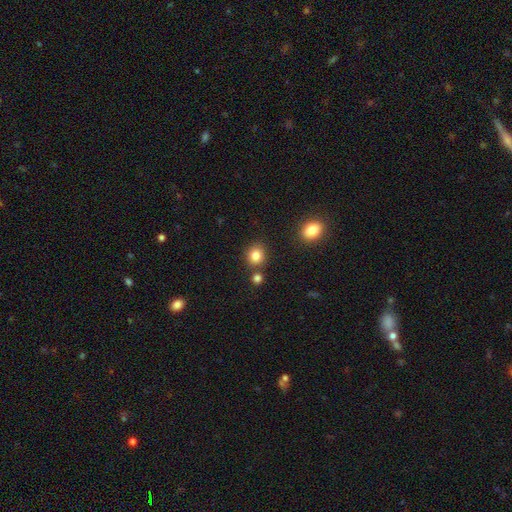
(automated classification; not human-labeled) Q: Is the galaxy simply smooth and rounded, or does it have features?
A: smooth — 84%.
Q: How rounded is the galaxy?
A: round — 76%.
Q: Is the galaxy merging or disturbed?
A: none — 77%.